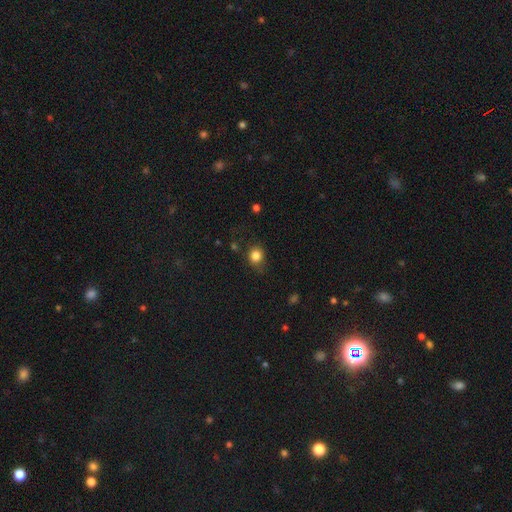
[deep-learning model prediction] A smooth galaxy with no disk features (83%) that is round (76%). Merging: none (74%).